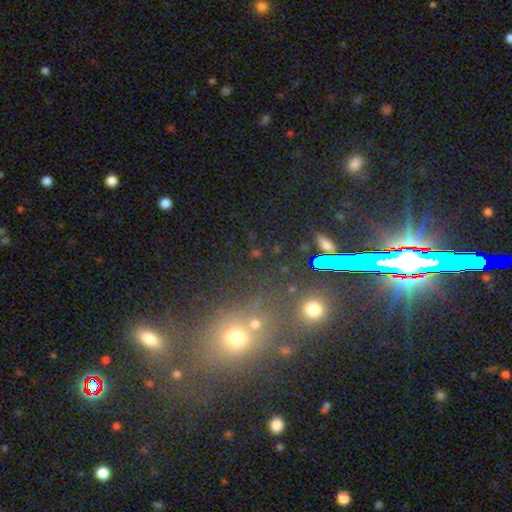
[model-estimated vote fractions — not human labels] This is possibly a star or artifact rather than a galaxy (54%).